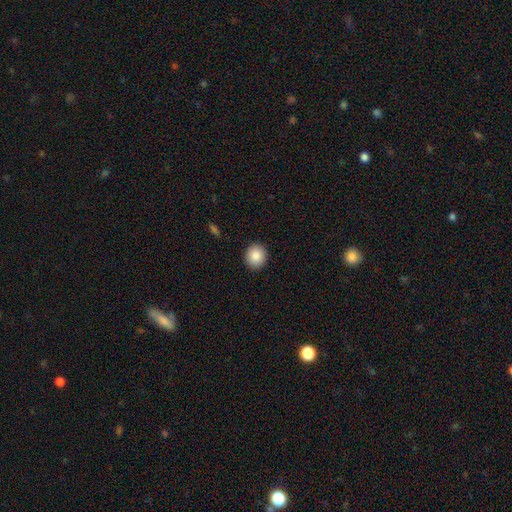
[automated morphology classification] smooth 87%, star or artifact 8%, featured or disk 5%. Down the decision tree: how rounded — round (81%); merging — none (91%).